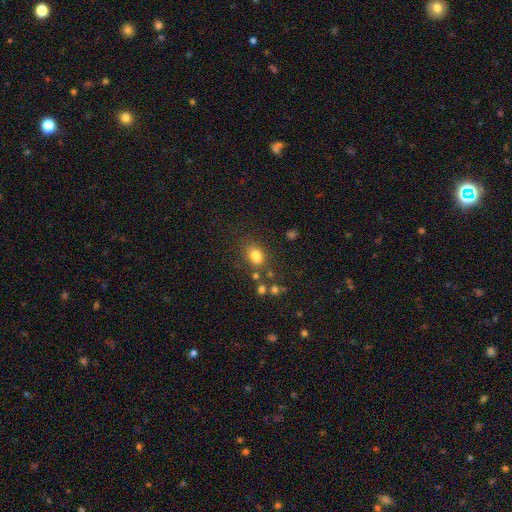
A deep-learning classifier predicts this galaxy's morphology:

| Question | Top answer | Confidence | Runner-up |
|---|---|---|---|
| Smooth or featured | smooth | 76% | star or artifact (14%) |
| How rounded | in between | 68% | round (30%) |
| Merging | none | 60% | minor disturbance (17%) |